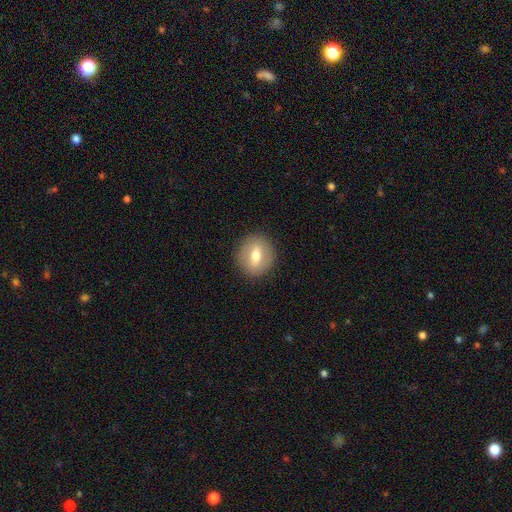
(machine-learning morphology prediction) Q: Smooth or featured?
A: smooth (57%); runner-up: featured or disk (35%)
Q: How rounded?
A: round (73%); runner-up: in between (25%)
Q: Merging?
A: none (88%); runner-up: minor disturbance (8%)